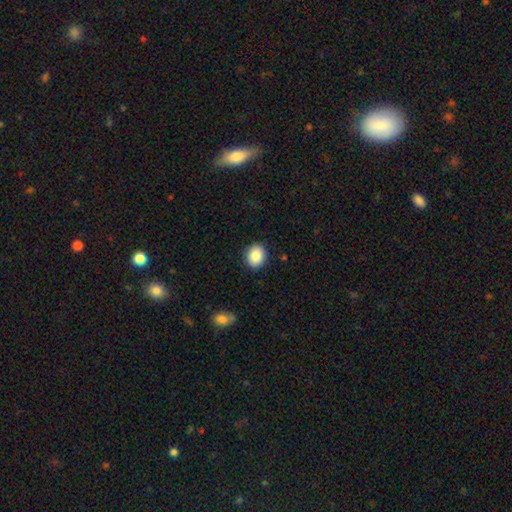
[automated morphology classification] Overall: smooth (87%). How rounded: round (61%; in between 38%). Merging: none (89%).